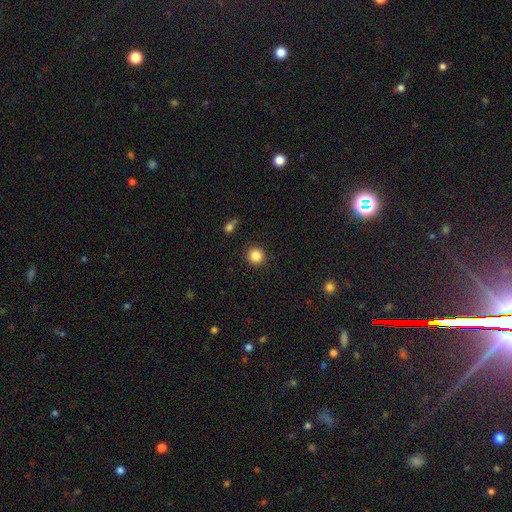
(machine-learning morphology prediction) smooth 85%, star or artifact 10%, featured or disk 4%. Down the decision tree: how rounded — round (94%); merging — none (91%).